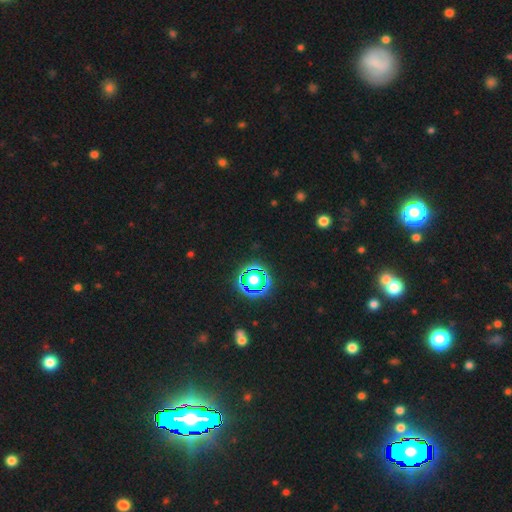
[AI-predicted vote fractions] smooth_or_featured: star or artifact (p=0.80) [alt: smooth p=0.12]